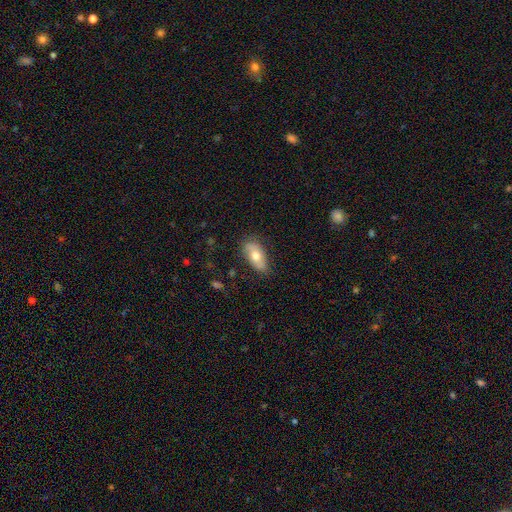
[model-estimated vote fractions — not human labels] This is likely a smooth galaxy (68%). How rounded: clearly in between (90%). Merging: likely none (78%).